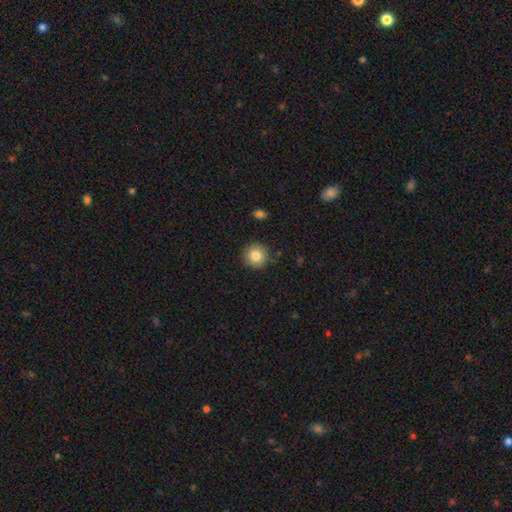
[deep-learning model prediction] The model was most divided on "smooth or featured": smooth: 83%, star or artifact: 9%, featured or disk: 8%. More confident: how rounded — round (94%); merging — none (90%).